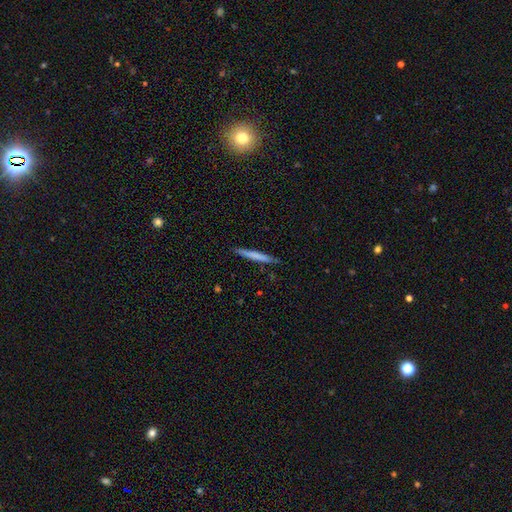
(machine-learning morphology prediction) type=smooth (65%); roundness=cigar-shaped (96%); merging=none (90%).